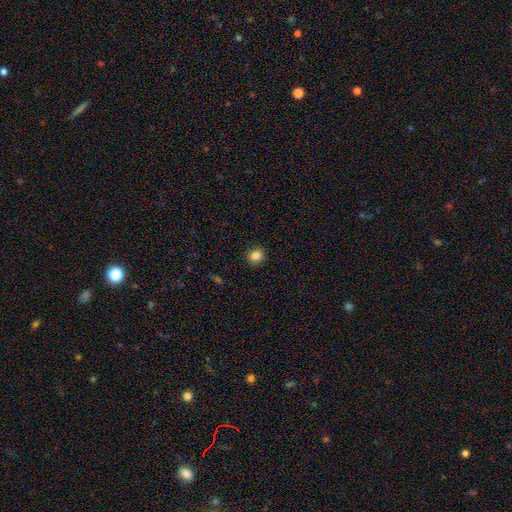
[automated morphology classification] type=smooth (84%); roundness=round (80%); merging=none (92%).